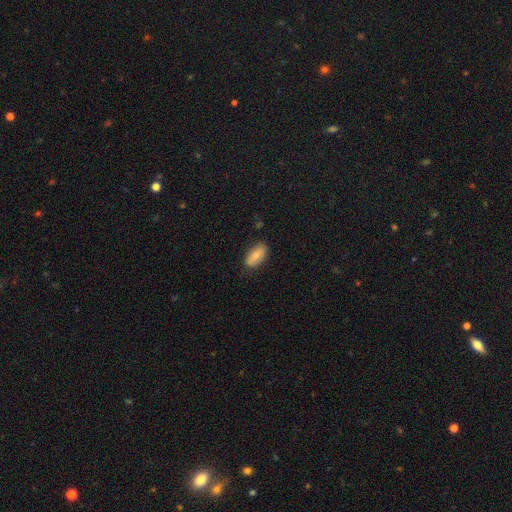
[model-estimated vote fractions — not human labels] Q: Smooth or featured?
A: smooth (70%); runner-up: featured or disk (23%)
Q: How rounded?
A: in between (91%); runner-up: cigar-shaped (6%)
Q: Merging?
A: none (81%); runner-up: minor disturbance (15%)